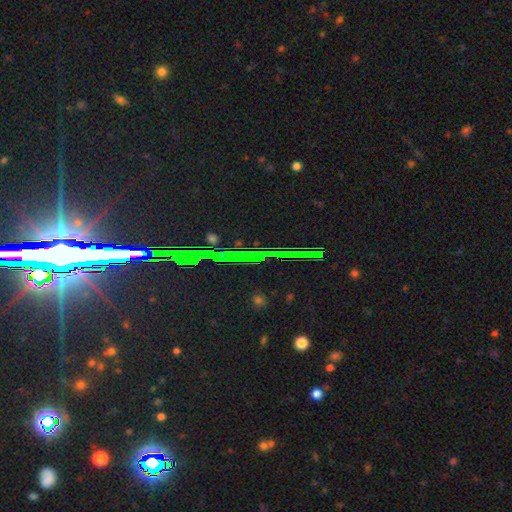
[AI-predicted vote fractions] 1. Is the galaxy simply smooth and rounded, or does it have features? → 83% star or artifact, 11% featured or disk, 6% smooth.